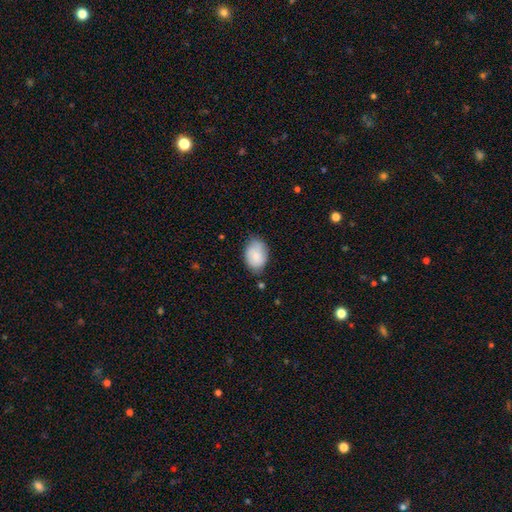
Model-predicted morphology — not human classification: Q: Smooth or featured?
A: smooth (79%); runner-up: featured or disk (14%)
Q: How rounded?
A: in between (82%); runner-up: round (17%)
Q: Merging?
A: none (69%); runner-up: minor disturbance (25%)